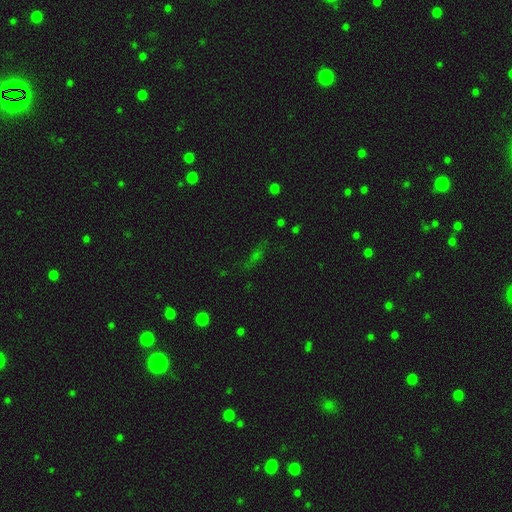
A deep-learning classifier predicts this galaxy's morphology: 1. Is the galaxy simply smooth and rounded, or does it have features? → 48% star or artifact, 33% smooth, 19% featured or disk.